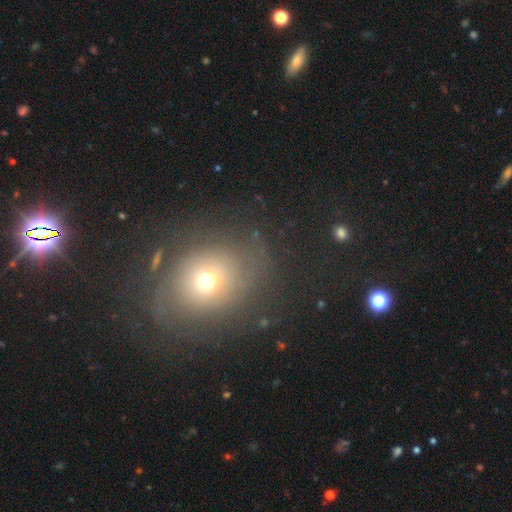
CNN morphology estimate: type=smooth (44%); merging=none (73%).